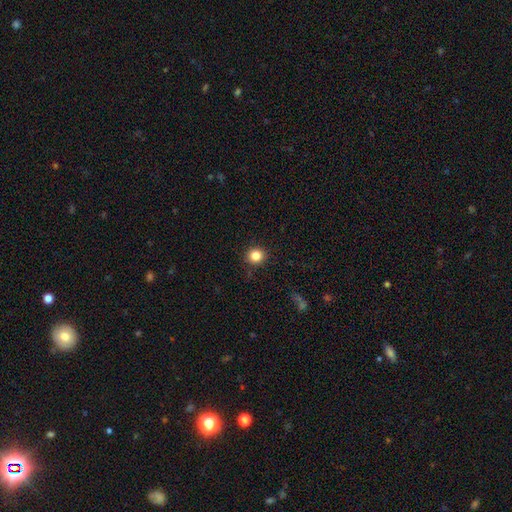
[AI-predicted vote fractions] This is clearly a smooth galaxy (85%). How rounded: clearly round (90%). Merging: clearly none (91%).